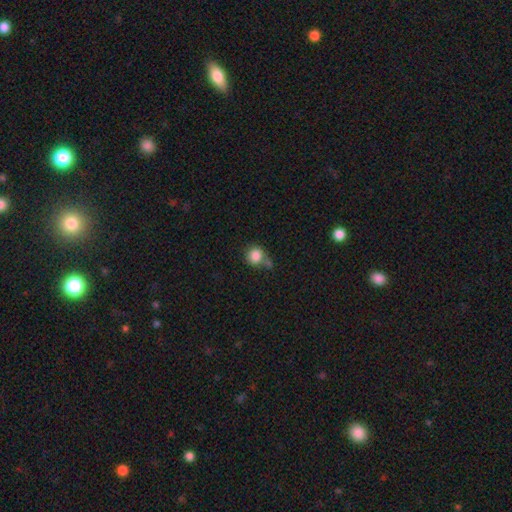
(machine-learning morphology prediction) A smooth galaxy with no disk features (84%) that is round (87%).

Vote fractions:
- Smooth or featured? smooth: 84% / star or artifact: 9% / featured or disk: 6%
- How rounded? round: 87% / in between: 12% / cigar-shaped: 1%
- Merging? none: 53% / merger: 21% / minor disturbance: 18% / major disturbance: 7%